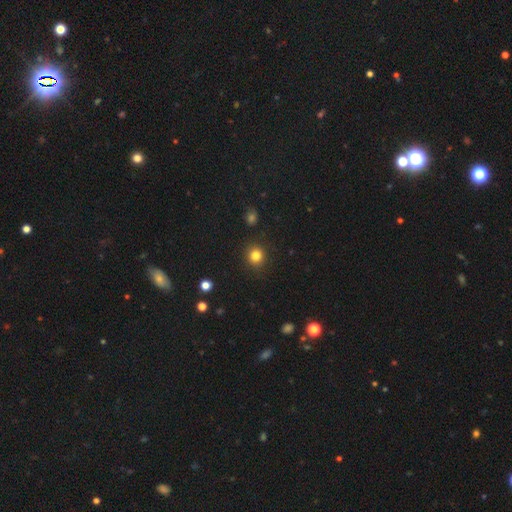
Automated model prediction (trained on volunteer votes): Overall: smooth (83%). How rounded: round (87%). Merging: none (89%).